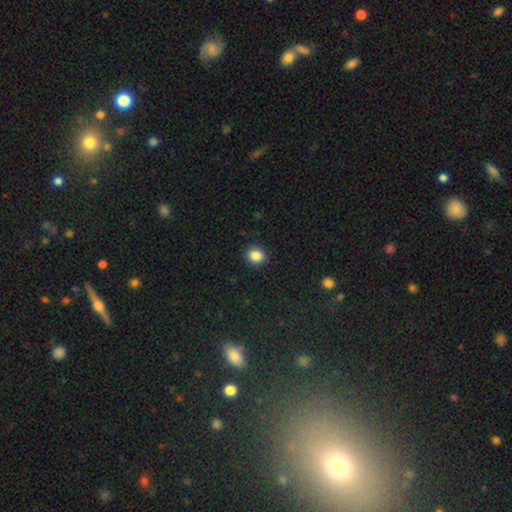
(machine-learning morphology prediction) Smooth or featured? smooth (85%)
How rounded? round (82%)
Merging? none (92%)